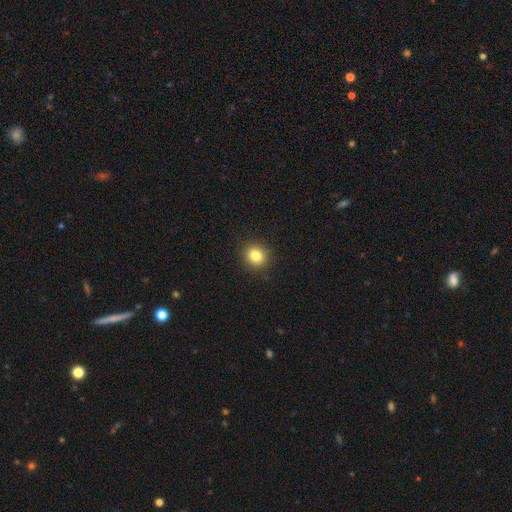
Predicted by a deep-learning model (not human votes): Morphology: type=smooth (82%); roundness=round (82%); merging=none (90%).